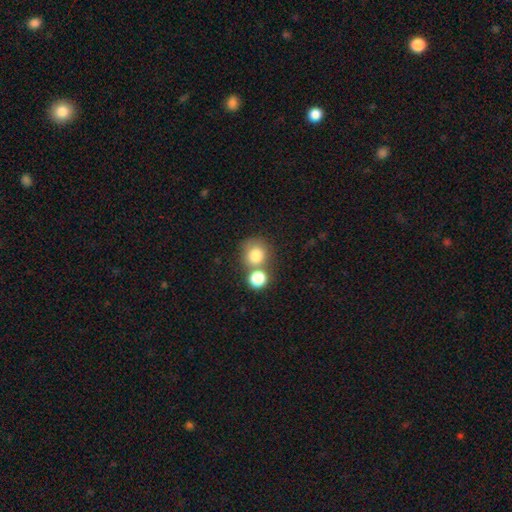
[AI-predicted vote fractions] This is likely a smooth galaxy (78%). How rounded: clearly round (86%). Merging: possibly none (52%).